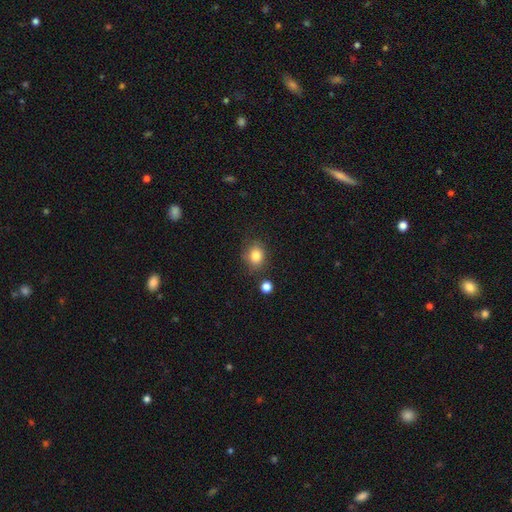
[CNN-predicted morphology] Smooth or featured?
  - smooth: 82% *
  - star or artifact: 11%
  - featured or disk: 7%
How rounded?
  - round: 66% *
  - in between: 33%
  - cigar-shaped: 1%
Merging?
  - none: 76% *
  - minor disturbance: 15%
  - merger: 5%
  - major disturbance: 4%